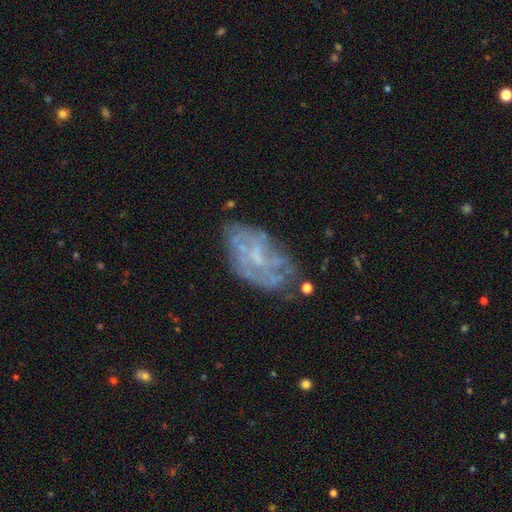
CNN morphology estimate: Overall: featured or disk (68%). Edge-on disk: no (96%). Bar: no (64%; weak 30%). Spiral arms: yes (56%; no 44%). Bulge size: small (42%; none 36%). Merging: none (59%; minor disturbance 22%).